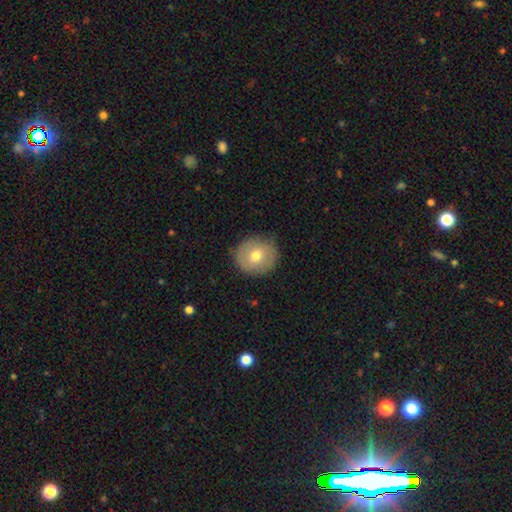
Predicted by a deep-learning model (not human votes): This is likely a smooth galaxy (67%). How rounded: clearly round (86%). Merging: clearly none (84%).